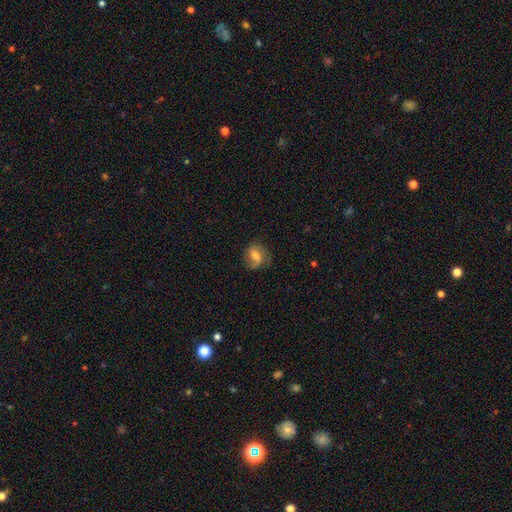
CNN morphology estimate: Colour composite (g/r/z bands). It shows a featured or disk galaxy (57%) with a weak bar (46%), spiral arms (84%) and a moderate central bulge (53%). Merging: none (65%).